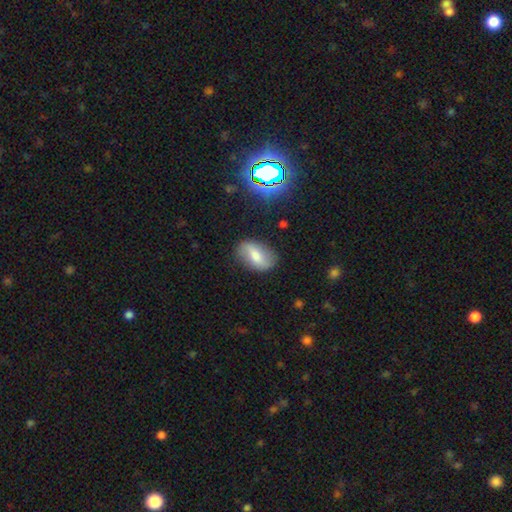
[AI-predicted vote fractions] This is possibly a smooth galaxy (53%). How rounded: clearly in between (88%). Merging: likely none (78%).